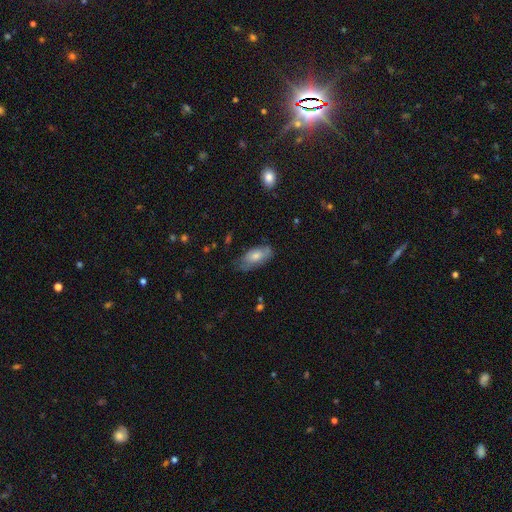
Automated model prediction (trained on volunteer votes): This is possibly a smooth galaxy (55%). How rounded: clearly in between (85%). Merging: likely none (67%).